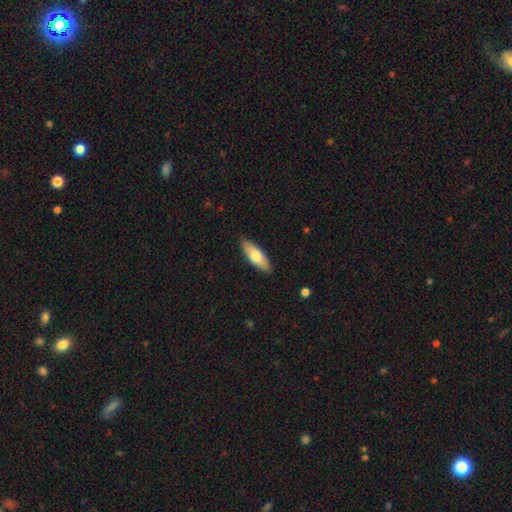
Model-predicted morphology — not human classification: This is likely a smooth galaxy (70%). How rounded: likely in between (64%). Merging: clearly none (88%).